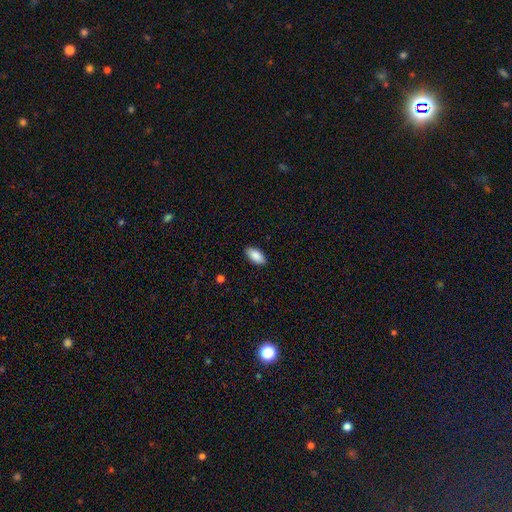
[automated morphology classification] Smooth or featured: smooth — 87% (featured or disk — 6%)
How rounded: in between — 92% (cigar-shaped — 6%)
Merging: none — 89% (minor disturbance — 8%)